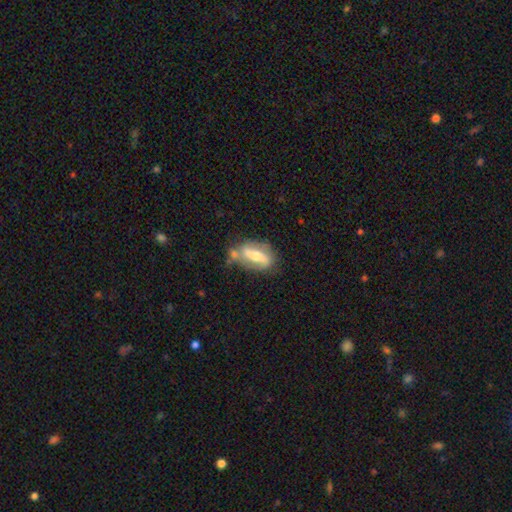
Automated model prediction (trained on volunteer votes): smooth_or_featured: featured or disk (p=0.69) [alt: smooth p=0.25]
disk_edge_on: no (p=0.80) [alt: yes p=0.20]
bar: strong (p=0.62) [alt: weak p=0.23]
has_spiral_arms: yes (p=0.66) [alt: no p=0.34]
bulge_size: moderate (p=0.66) [alt: small p=0.25]
merging: none (p=0.59) [alt: minor disturbance p=0.21]